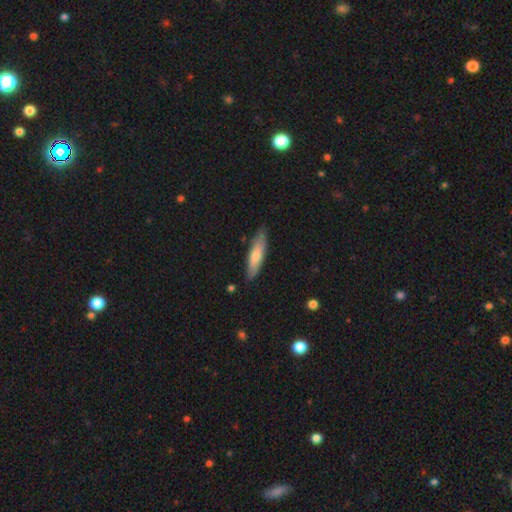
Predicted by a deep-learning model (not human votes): Q: Smooth or featured?
A: smooth (61%); runner-up: featured or disk (33%)
Q: How rounded?
A: cigar-shaped (76%); runner-up: in between (22%)
Q: Merging?
A: none (86%); runner-up: minor disturbance (11%)